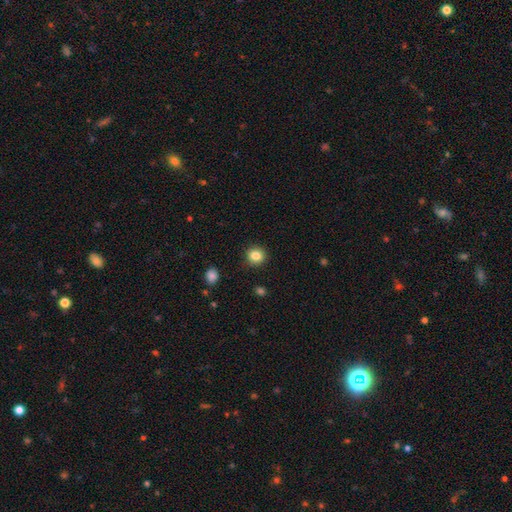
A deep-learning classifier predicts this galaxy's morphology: The model was most divided on "smooth or featured": smooth: 85%, star or artifact: 10%, featured or disk: 5%. More confident: merging — none (91%); how rounded — round (90%).